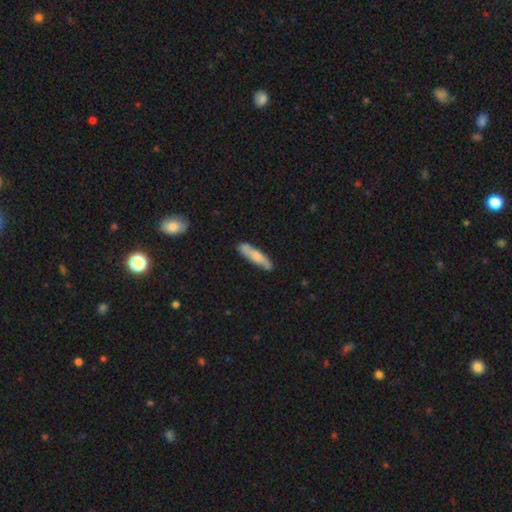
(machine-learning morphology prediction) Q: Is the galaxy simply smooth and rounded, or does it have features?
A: smooth — 71%.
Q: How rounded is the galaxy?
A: cigar-shaped — 80%.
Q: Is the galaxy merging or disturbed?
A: none — 78%.